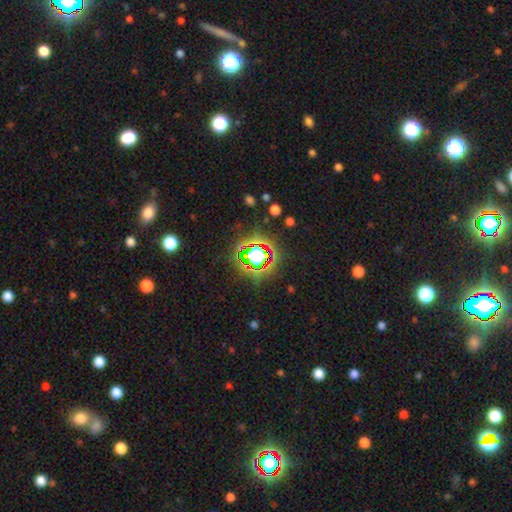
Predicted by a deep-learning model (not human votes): A star or artifact, not a galaxy (70%).

Vote fractions:
- Smooth or featured? star or artifact: 70% / smooth: 18% / featured or disk: 12%